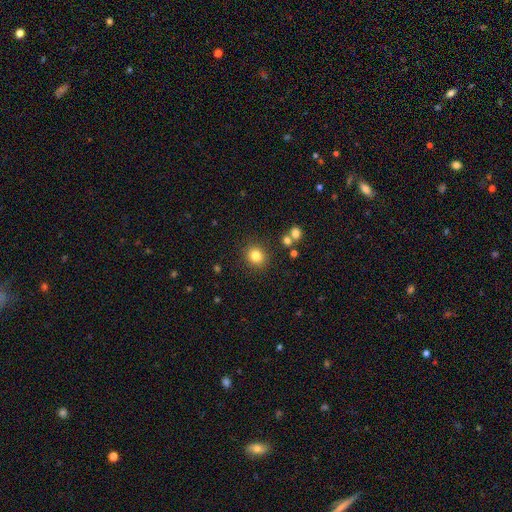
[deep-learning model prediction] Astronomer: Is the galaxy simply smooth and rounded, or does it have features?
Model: smooth — 82%.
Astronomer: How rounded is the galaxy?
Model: round — 85%.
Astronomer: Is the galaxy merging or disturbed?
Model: none — 86%.